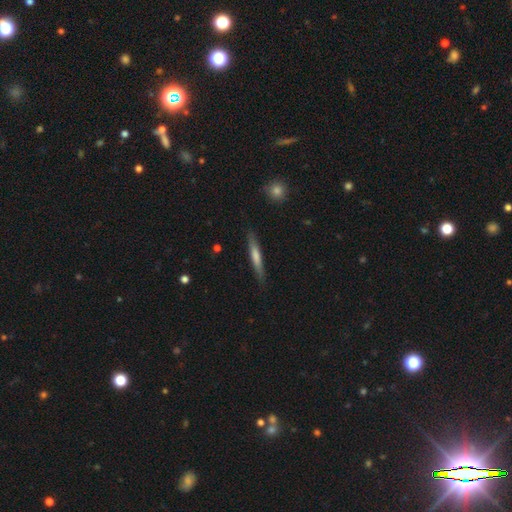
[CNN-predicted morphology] A smooth galaxy with no disk features (56%) that is cigar-shaped (94%).

Vote fractions:
- Smooth or featured? smooth: 56% / featured or disk: 38% / star or artifact: 6%
- How rounded? cigar-shaped: 94% / in between: 5% / round: 1%
- Merging? none: 86% / minor disturbance: 10% / major disturbance: 2% / merger: 1%